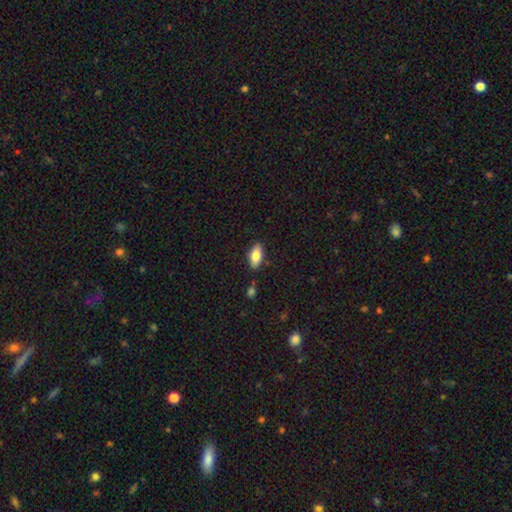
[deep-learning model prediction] This appears to be a smooth galaxy with no disk features (81%) that is in between round and cigar-shaped (89%). Merging: none (85%).